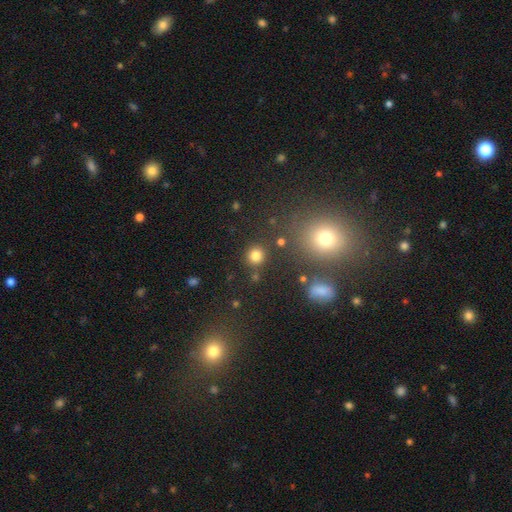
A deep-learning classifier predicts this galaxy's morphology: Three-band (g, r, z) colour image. It shows a smooth galaxy with no disk features (80%) that is round (89%). Merging: none (84%).